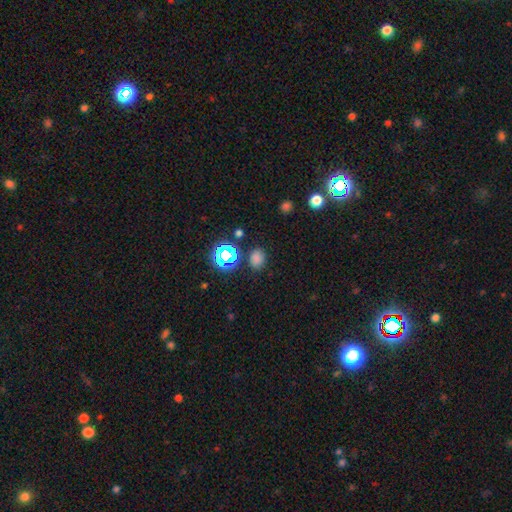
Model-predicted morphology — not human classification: This is likely a smooth galaxy (68%). How rounded: possibly round (55%). Merging: clearly none (82%).